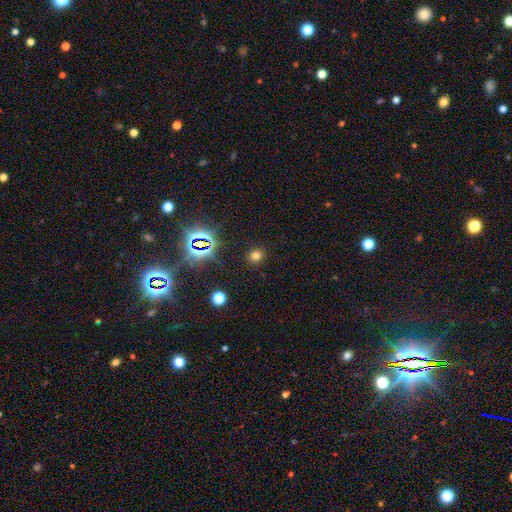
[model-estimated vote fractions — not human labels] This appears to be a smooth galaxy with no disk features (69%) that is round (81%). Merging: none (89%).